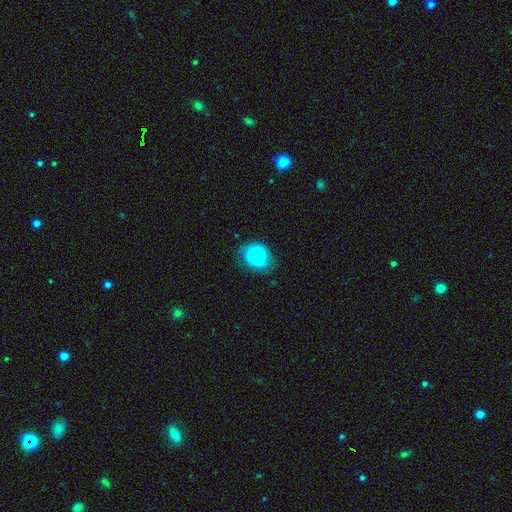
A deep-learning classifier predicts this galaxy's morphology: Smooth or featured?
  - smooth: 65% *
  - featured or disk: 27%
  - star or artifact: 8%
How rounded?
  - round: 64% *
  - in between: 35%
  - cigar-shaped: 1%
Merging?
  - none: 63% *
  - minor disturbance: 26%
  - major disturbance: 9%
  - merger: 1%